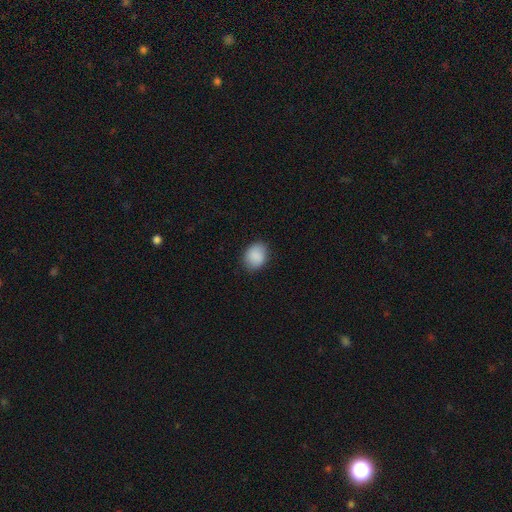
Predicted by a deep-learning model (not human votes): The model was most divided on "how rounded": in between: 54%, round: 45%, cigar-shaped: 1%. More confident: smooth or featured — smooth (89%); merging — none (83%).